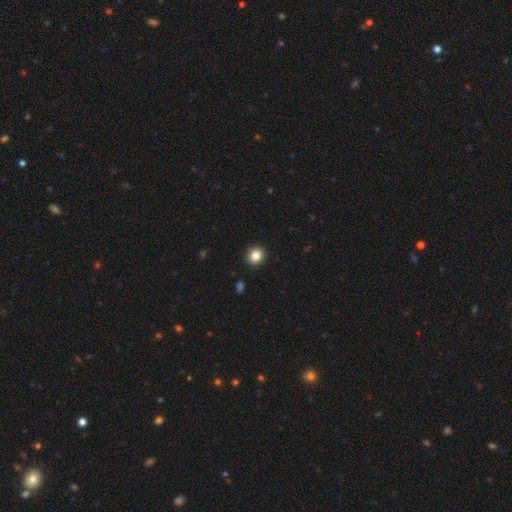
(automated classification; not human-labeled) Smooth or featured? smooth (84%)
How rounded? round (82%)
Merging? none (92%)